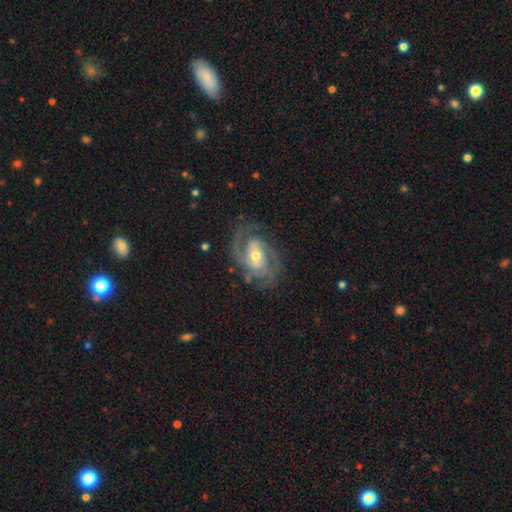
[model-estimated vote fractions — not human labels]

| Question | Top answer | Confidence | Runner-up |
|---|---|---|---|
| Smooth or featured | featured or disk | 90% | star or artifact (5%) |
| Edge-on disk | no | 97% | yes (3%) |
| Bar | no | 43% | weak (39%) |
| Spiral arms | yes | 97% | no (3%) |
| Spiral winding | tight | 49% | medium (42%) |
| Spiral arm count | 2 | 59% | 3 (19%) |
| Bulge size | moderate | 56% | small (39%) |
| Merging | none | 75% | minor disturbance (16%) |